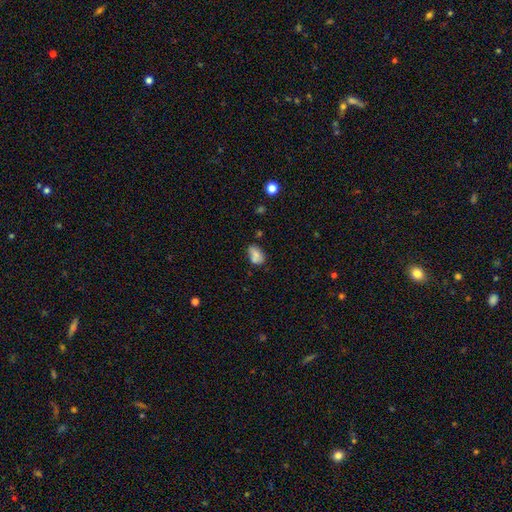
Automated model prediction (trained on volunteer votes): The model was most divided on "merging": none: 48%, minor disturbance: 23%, merger: 22%, major disturbance: 7%. More confident: how rounded — in between (85%); smooth or featured — smooth (73%).